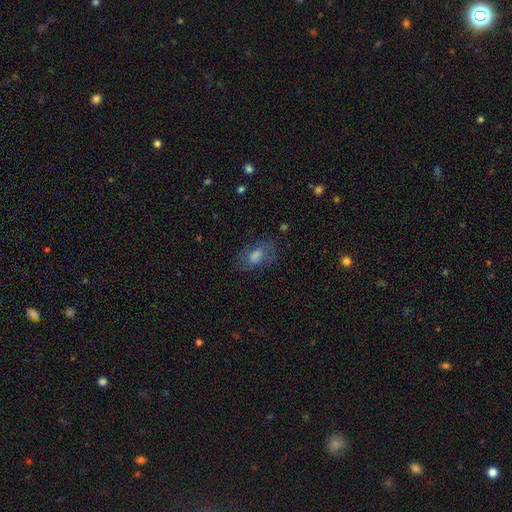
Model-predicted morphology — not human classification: A smooth galaxy with no disk features (53%) that is in between round and cigar-shaped (85%).

Vote fractions:
- Smooth or featured? smooth: 53% / featured or disk: 32% / star or artifact: 15%
- How rounded? in between: 85% / round: 11% / cigar-shaped: 4%
- Merging? none: 73% / minor disturbance: 17% / major disturbance: 9% / merger: 2%